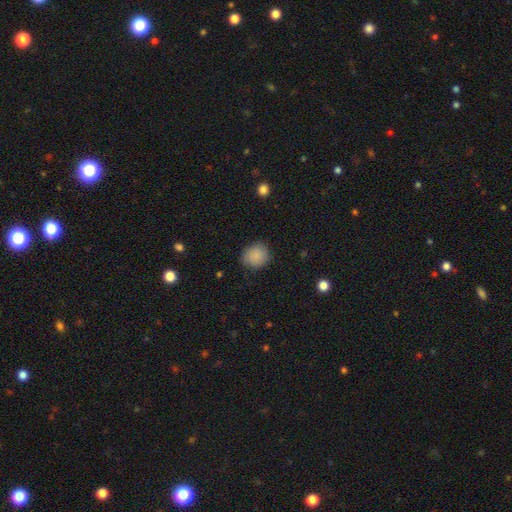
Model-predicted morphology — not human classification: Overall: smooth (87%). How rounded: round (81%). Merging: none (83%).